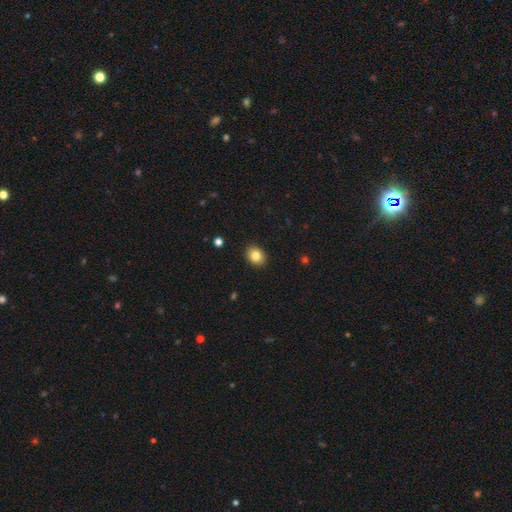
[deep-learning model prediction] This appears to be a smooth galaxy with no disk features (83%) that is in between round and cigar-shaped (55%). Merging: none (90%).